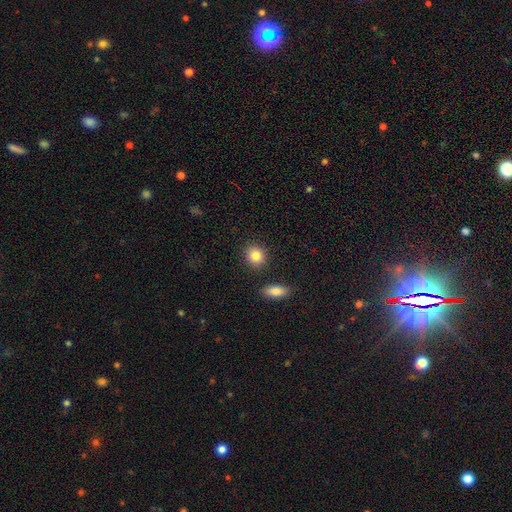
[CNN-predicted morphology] The model was most divided on "how rounded": round: 72%, in between: 27%, cigar-shaped: 1%. More confident: merging — none (86%); smooth or featured — smooth (85%).